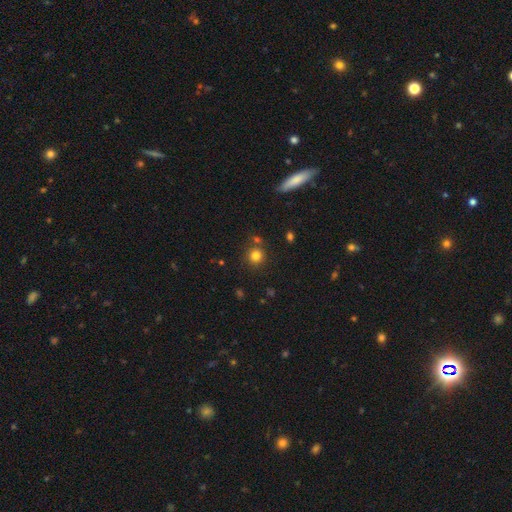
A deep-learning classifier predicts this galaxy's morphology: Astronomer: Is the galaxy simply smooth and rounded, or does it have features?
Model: smooth — 80%.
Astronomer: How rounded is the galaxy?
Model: round — 91%.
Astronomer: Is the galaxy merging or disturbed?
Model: none — 78%.